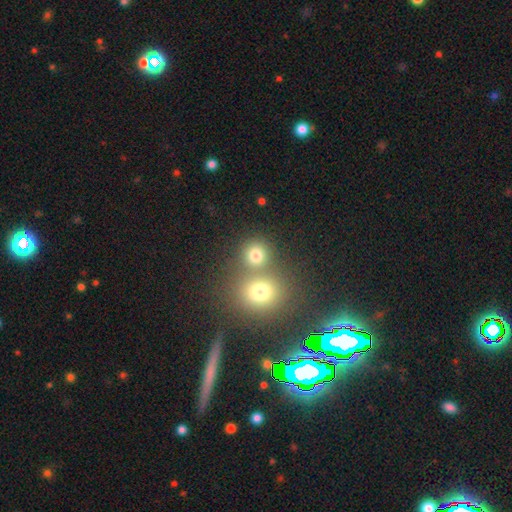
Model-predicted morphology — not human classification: Smooth or featured? Predicted: smooth (p=0.77). How rounded? Predicted: round (p=0.86). Merging? Predicted: none (p=0.54).